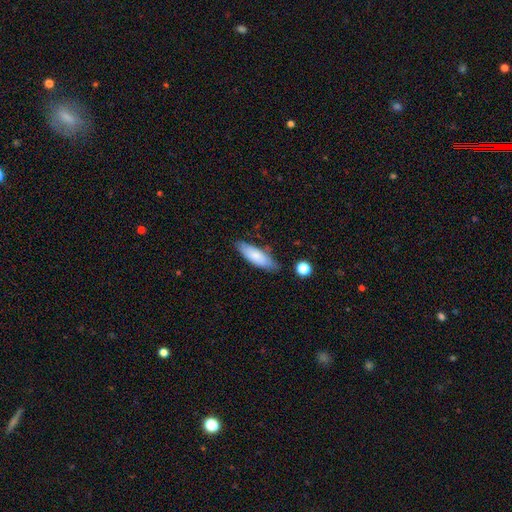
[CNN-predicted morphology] Q: Smooth or featured?
A: smooth (79%); runner-up: featured or disk (15%)
Q: How rounded?
A: in between (58%); runner-up: cigar-shaped (41%)
Q: Merging?
A: none (73%); runner-up: minor disturbance (20%)